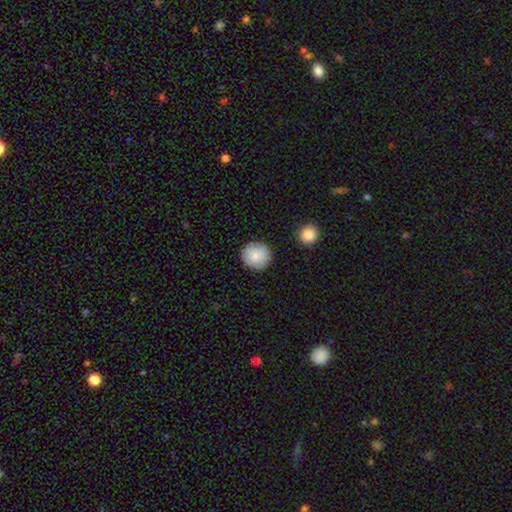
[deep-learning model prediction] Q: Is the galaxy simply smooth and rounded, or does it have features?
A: smooth — 86%.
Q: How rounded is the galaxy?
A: round — 95%.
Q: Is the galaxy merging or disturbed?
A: none — 90%.